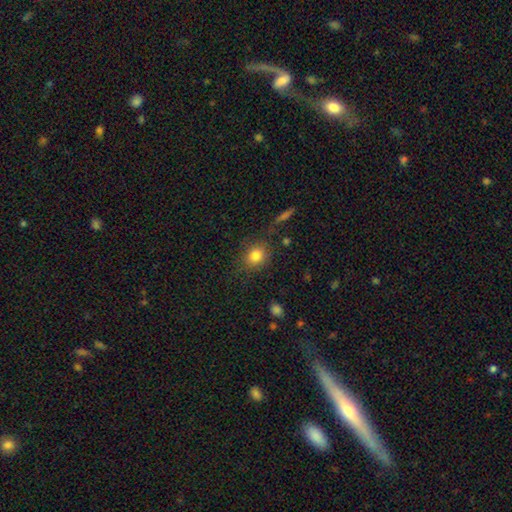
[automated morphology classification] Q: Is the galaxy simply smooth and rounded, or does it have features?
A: smooth — 82%.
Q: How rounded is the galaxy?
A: round — 63%.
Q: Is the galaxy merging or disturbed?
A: none — 78%.